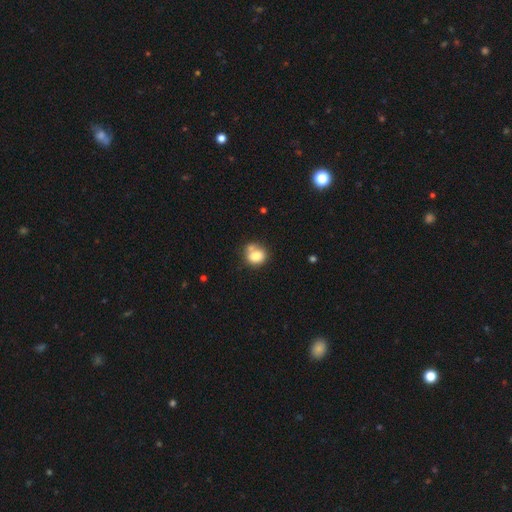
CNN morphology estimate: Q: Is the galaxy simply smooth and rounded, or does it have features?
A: smooth — 79%.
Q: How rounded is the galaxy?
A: round — 76%.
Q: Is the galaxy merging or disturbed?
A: none — 48%.